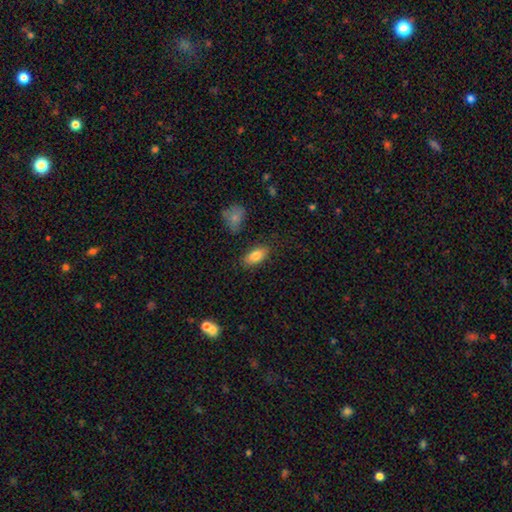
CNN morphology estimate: smooth-or-featured: smooth: 82% | featured or disk: 10% | star or artifact: 7%
  how-rounded: in between: 91% | cigar-shaped: 6% | round: 4%
  merging: none: 81% | minor disturbance: 13% | major disturbance: 3% | merger: 3%